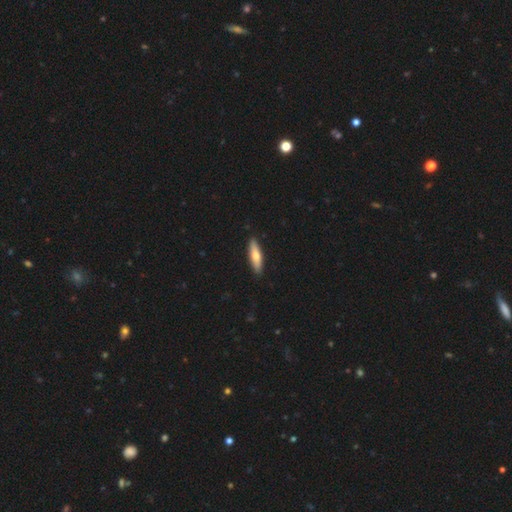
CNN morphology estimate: Smooth or featured: smooth — 63% (featured or disk — 32%)
How rounded: cigar-shaped — 69% (in between — 29%)
Merging: none — 90% (minor disturbance — 7%)